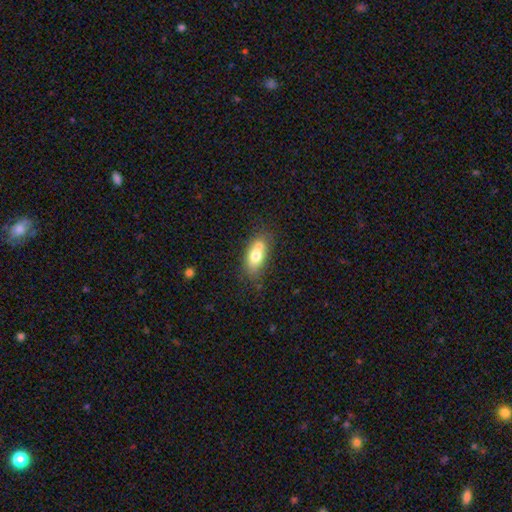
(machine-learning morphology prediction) Smooth or featured: smooth — 69% (featured or disk — 22%)
How rounded: in between — 82% (round — 10%)
Merging: none — 49% (merger — 32%)